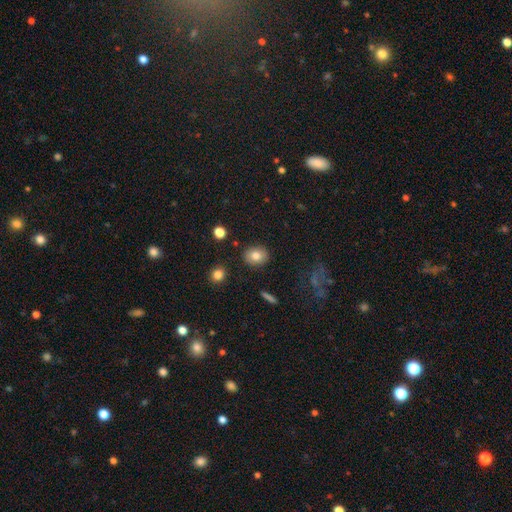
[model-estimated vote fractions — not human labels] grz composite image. It shows a smooth galaxy with no disk features (81%) that is round (57%). Merging: none (87%).